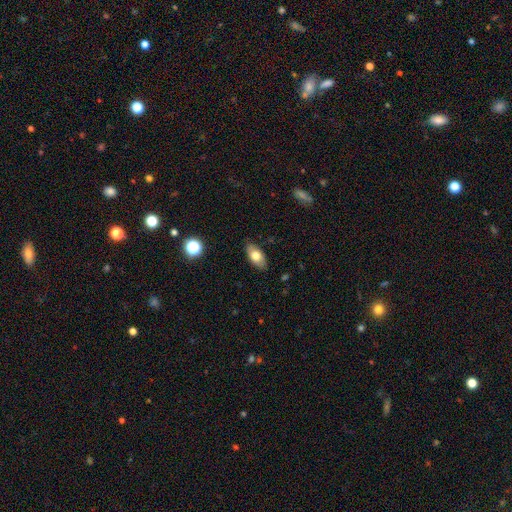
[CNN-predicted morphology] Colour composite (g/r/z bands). It shows a smooth galaxy with no disk features (72%) that is in between round and cigar-shaped (90%). Merging: none (85%).